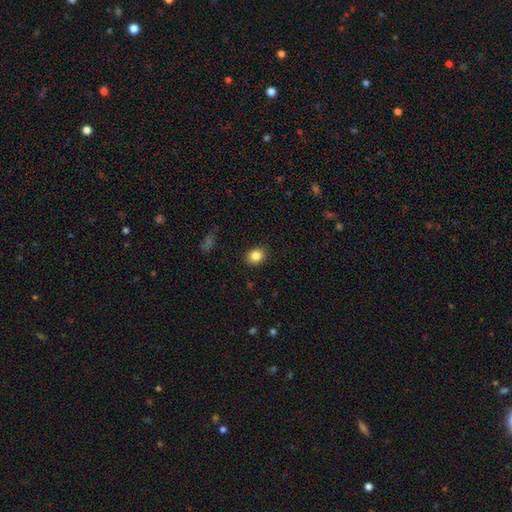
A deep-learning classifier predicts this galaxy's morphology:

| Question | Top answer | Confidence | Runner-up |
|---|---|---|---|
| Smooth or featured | smooth | 84% | star or artifact (10%) |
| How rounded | round | 56% | in between (43%) |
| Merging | none | 89% | minor disturbance (8%) |